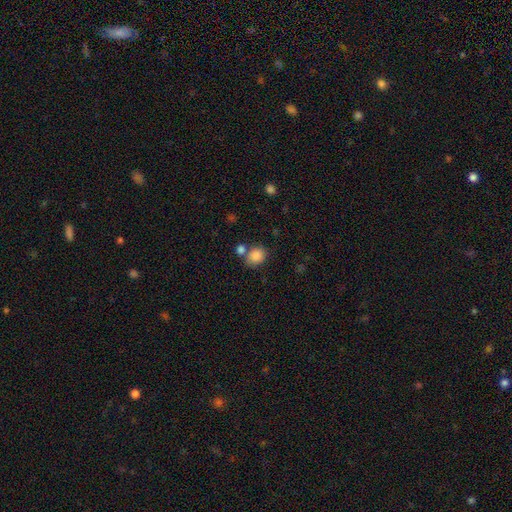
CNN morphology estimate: A smooth galaxy with no disk features (87%) that is round (61%).

Vote fractions:
- Smooth or featured? smooth: 87% / star or artifact: 9% / featured or disk: 5%
- How rounded? round: 61% / in between: 38% / cigar-shaped: 1%
- Merging? none: 62% / merger: 21% / minor disturbance: 12% / major disturbance: 4%